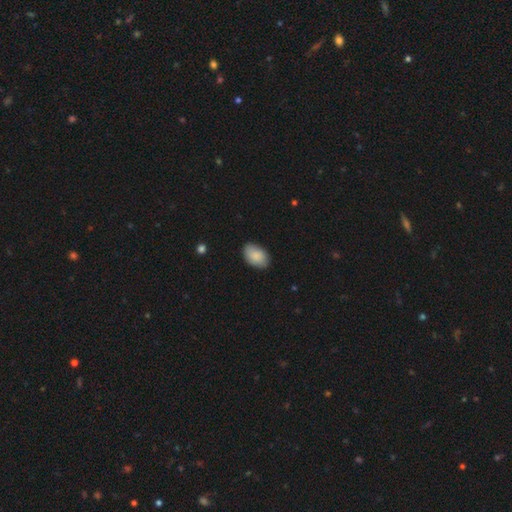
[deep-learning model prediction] This appears to be a smooth galaxy with no disk features (87%) that is in between round and cigar-shaped (90%). Merging: none (82%).